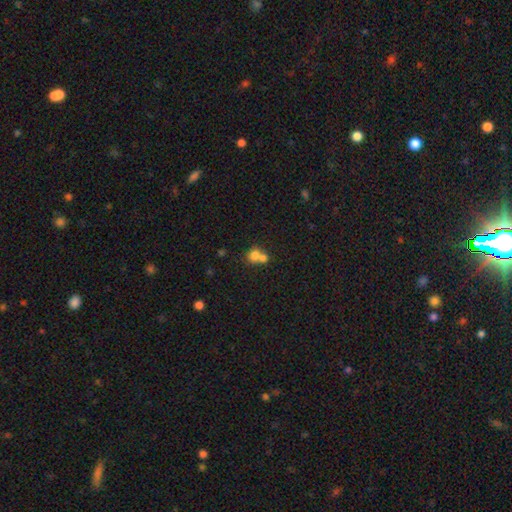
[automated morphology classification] This is likely a smooth galaxy (74%). How rounded: likely round (75%). Merging: likely merger (61%).